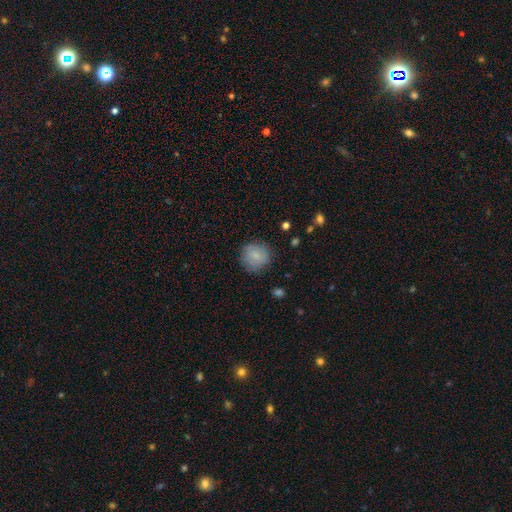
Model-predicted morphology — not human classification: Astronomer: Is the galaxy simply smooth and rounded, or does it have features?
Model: smooth — 81%.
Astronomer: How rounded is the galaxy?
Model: round — 90%.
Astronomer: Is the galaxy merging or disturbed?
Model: none — 81%.